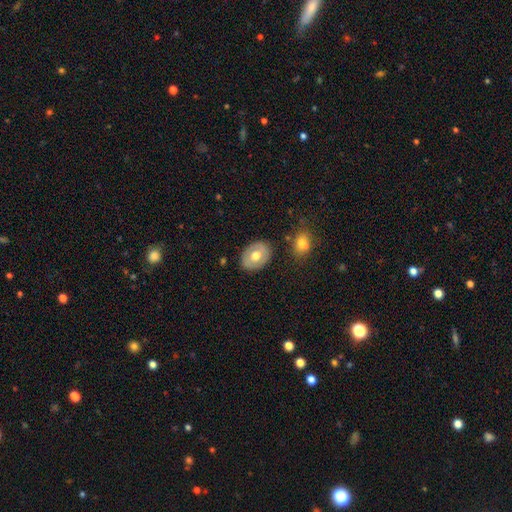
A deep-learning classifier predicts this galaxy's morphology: Smooth or featured? Predicted: smooth (p=0.57). How rounded? Predicted: in between (p=0.65). Merging? Predicted: none (p=0.84).